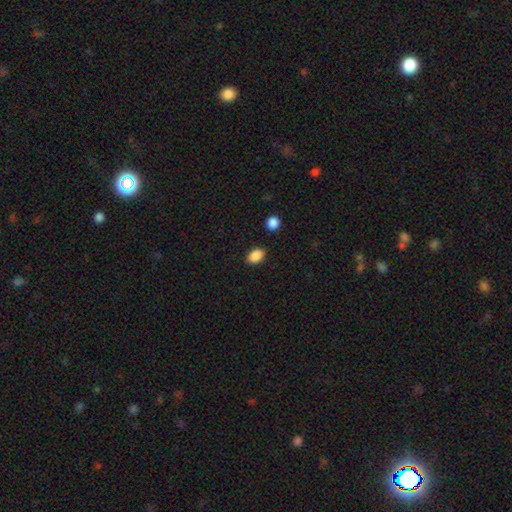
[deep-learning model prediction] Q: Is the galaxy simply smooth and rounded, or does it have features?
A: smooth — 88%.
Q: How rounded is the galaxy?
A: in between — 84%.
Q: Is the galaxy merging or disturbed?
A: none — 86%.